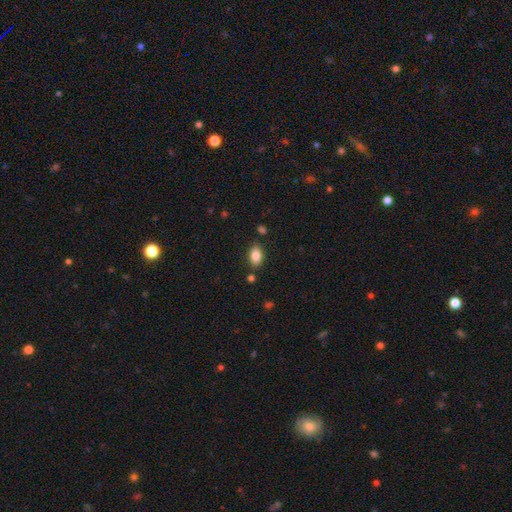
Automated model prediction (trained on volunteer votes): smooth-or-featured: smooth: 83% | star or artifact: 9% | featured or disk: 8%
  how-rounded: in between: 88% | round: 10% | cigar-shaped: 2%
  merging: none: 81% | minor disturbance: 12% | merger: 4% | major disturbance: 3%